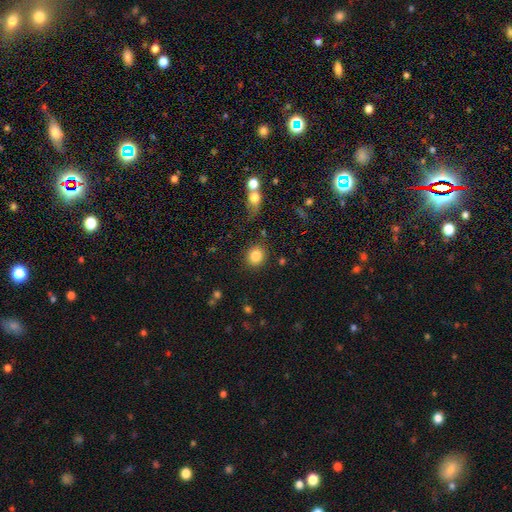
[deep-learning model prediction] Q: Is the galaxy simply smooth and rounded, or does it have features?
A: smooth — 85%.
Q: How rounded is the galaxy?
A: round — 73%.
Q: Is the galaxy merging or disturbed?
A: none — 82%.